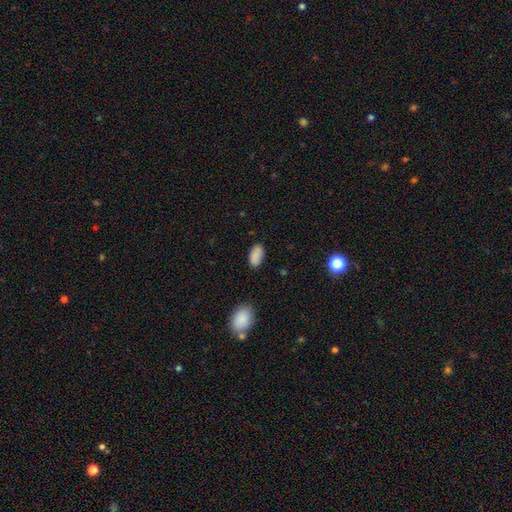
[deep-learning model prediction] Smooth or featured? smooth (88%)
How rounded? in between (94%)
Merging? none (84%)